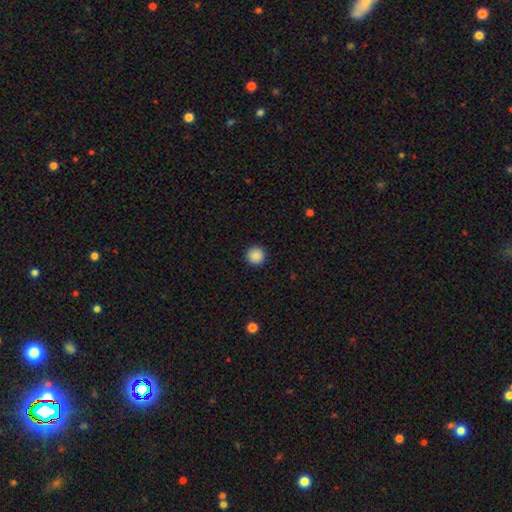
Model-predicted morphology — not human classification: A smooth galaxy with no disk features (89%) that is round (96%).

Vote fractions:
- Smooth or featured? smooth: 89% / star or artifact: 9% / featured or disk: 3%
- How rounded? round: 96% / in between: 3% / cigar-shaped: 1%
- Merging? none: 93% / minor disturbance: 4% / major disturbance: 2% / merger: 1%